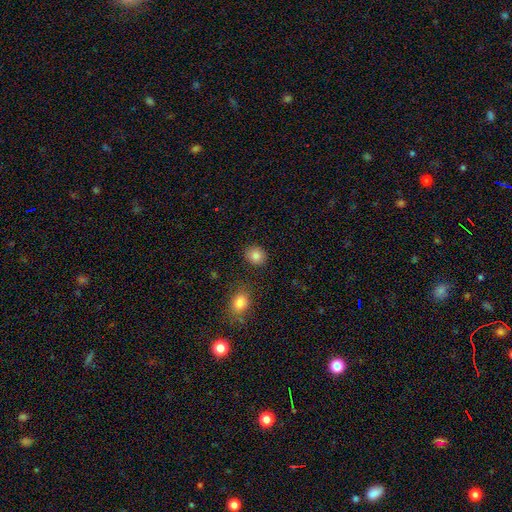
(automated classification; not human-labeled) smooth 85%, star or artifact 10%, featured or disk 5%. Down the decision tree: how rounded — round (77%); merging — none (87%).